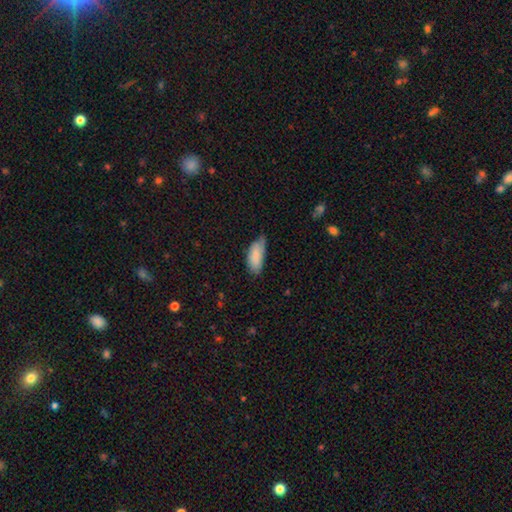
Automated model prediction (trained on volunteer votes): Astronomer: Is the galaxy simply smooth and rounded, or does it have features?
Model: smooth — 83%.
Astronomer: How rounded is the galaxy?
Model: in between — 87%.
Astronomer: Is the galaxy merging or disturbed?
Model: minor disturbance — 45% (runner-up: none, 42%).